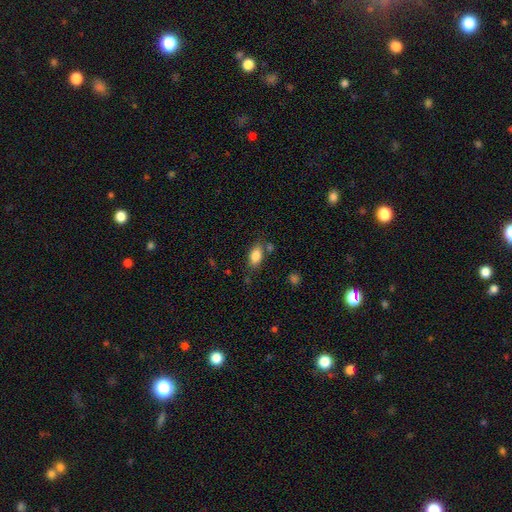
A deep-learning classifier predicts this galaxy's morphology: smooth-or-featured: smooth: 83% | featured or disk: 8% | star or artifact: 8%
  how-rounded: in between: 88% | round: 7% | cigar-shaped: 5%
  merging: none: 72% | minor disturbance: 16% | merger: 8% | major disturbance: 4%